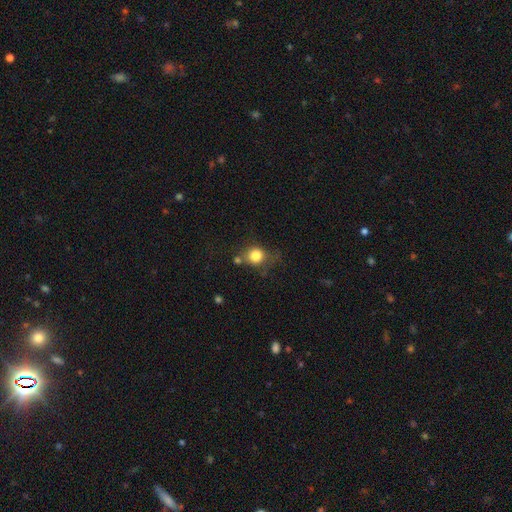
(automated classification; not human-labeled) This appears to be a smooth galaxy with no disk features (80%) that is round (81%). Merging: none (58%).